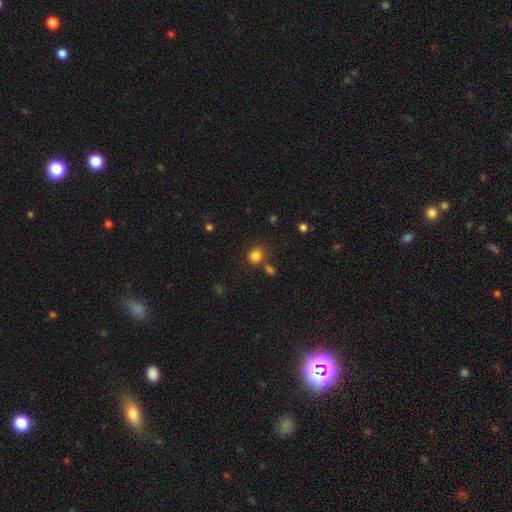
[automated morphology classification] Smooth or featured: smooth — 83% (star or artifact — 12%)
How rounded: round — 71% (in between — 28%)
Merging: none — 71% (merger — 13%)